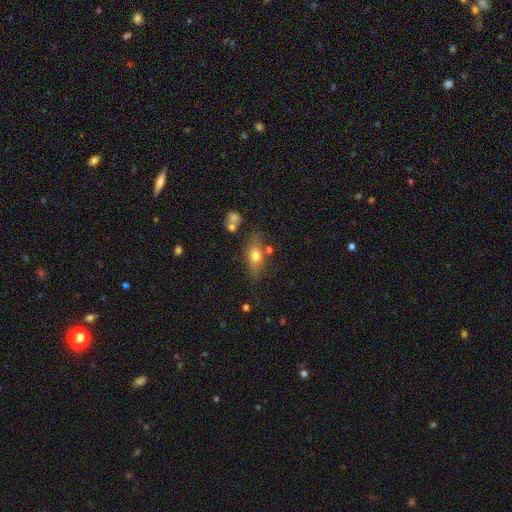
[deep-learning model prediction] Smooth or featured: smooth — 70% (featured or disk — 20%)
How rounded: in between — 78% (round — 13%)
Merging: none — 68% (minor disturbance — 18%)